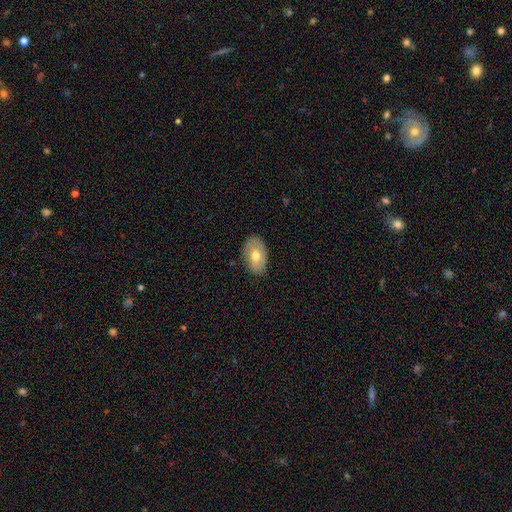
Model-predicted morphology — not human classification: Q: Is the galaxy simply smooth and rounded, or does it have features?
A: smooth — 65%.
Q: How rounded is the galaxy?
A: in between — 89%.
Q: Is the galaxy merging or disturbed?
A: none — 83%.